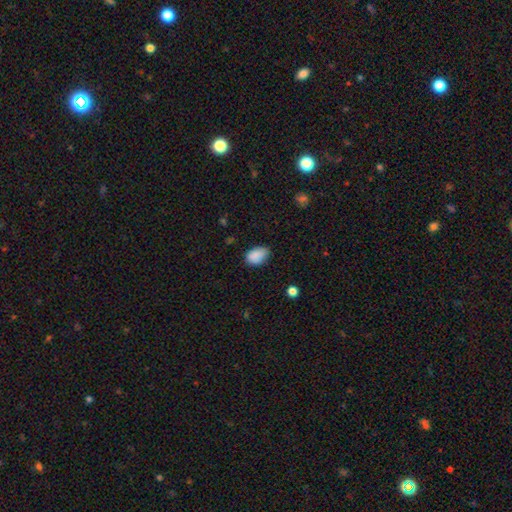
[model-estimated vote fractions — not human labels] smooth-or-featured: smooth: 87% | star or artifact: 8% | featured or disk: 5%
  how-rounded: in between: 86% | round: 13% | cigar-shaped: 1%
  merging: none: 66% | minor disturbance: 28% | major disturbance: 4% | merger: 1%